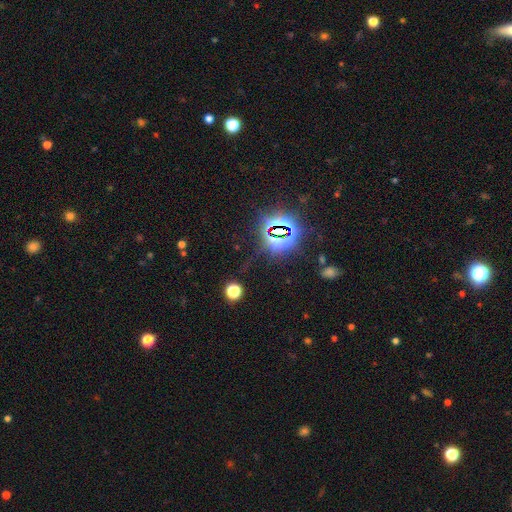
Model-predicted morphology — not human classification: Smooth or featured: star or artifact — 81% (smooth — 11%)